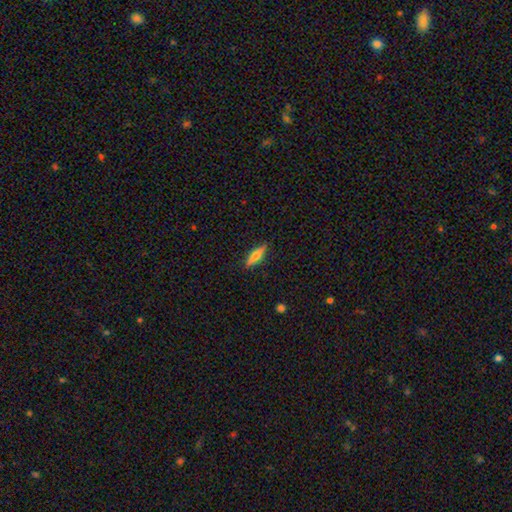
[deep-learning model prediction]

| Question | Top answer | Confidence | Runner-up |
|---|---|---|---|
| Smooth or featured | smooth | 53% | featured or disk (40%) |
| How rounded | cigar-shaped | 72% | in between (26%) |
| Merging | none | 88% | minor disturbance (9%) |